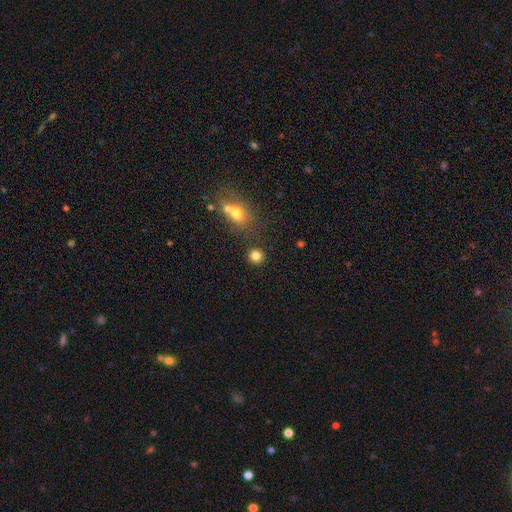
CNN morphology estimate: This is clearly a smooth galaxy (81%). How rounded: clearly round (89%). Merging: clearly none (84%).